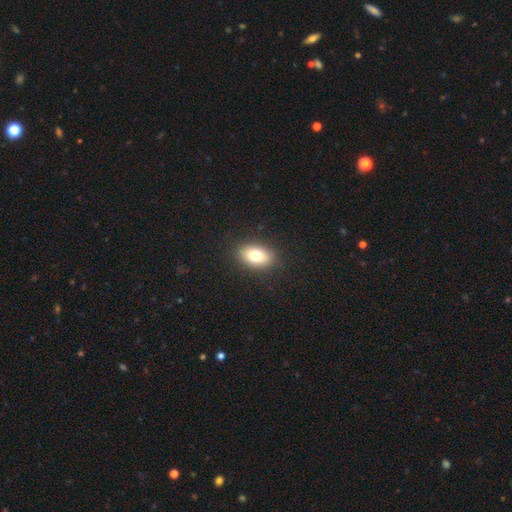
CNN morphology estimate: smooth-or-featured: smooth: 77% | featured or disk: 13% | star or artifact: 9%
  how-rounded: in between: 84% | round: 15% | cigar-shaped: 2%
  merging: none: 88% | minor disturbance: 8% | major disturbance: 3% | merger: 1%